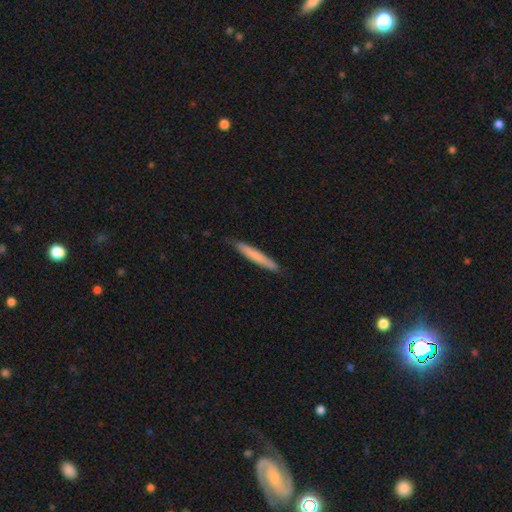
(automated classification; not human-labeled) smooth-or-featured: smooth: 73% | featured or disk: 22% | star or artifact: 6%
  how-rounded: cigar-shaped: 96% | in between: 3% | round: 1%
  merging: none: 84% | minor disturbance: 13% | major disturbance: 2% | merger: 1%